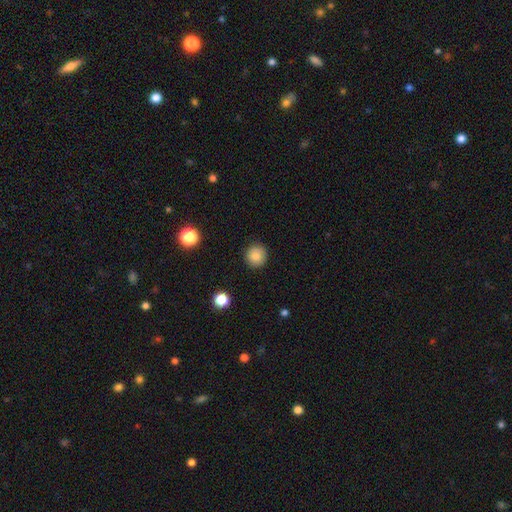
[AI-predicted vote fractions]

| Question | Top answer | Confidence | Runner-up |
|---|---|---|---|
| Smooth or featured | smooth | 86% | star or artifact (10%) |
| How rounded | round | 93% | in between (6%) |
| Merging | none | 91% | minor disturbance (6%) |